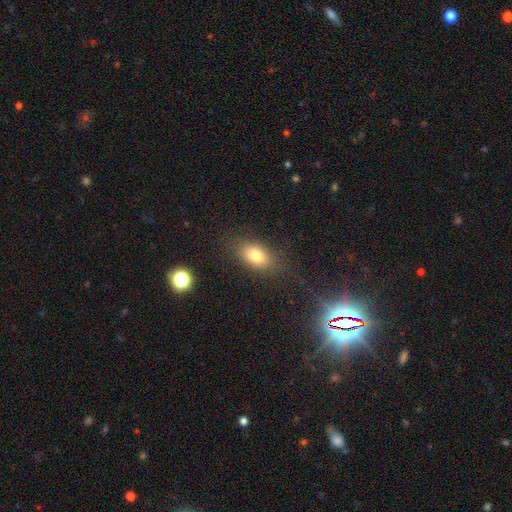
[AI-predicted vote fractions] Smooth or featured? smooth (78%)
How rounded? in between (83%)
Merging? none (80%)